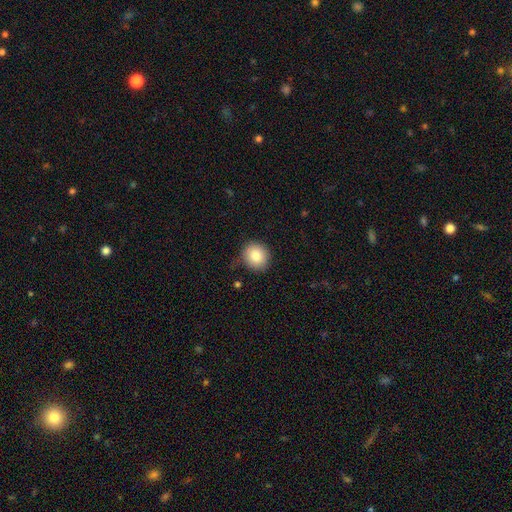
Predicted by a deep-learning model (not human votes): Smooth or featured? smooth (83%)
How rounded? round (89%)
Merging? none (82%)